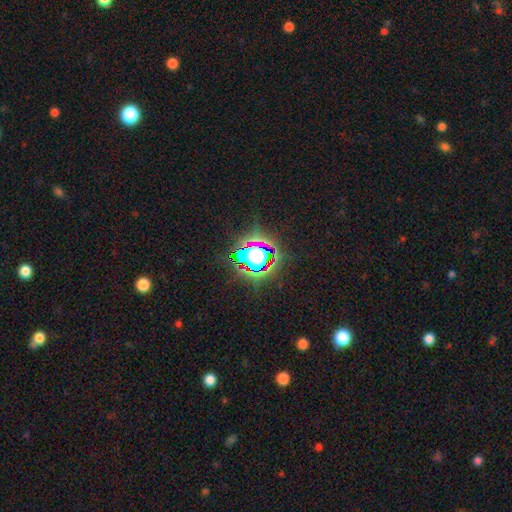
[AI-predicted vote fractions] Smooth or featured: star or artifact — 63% (smooth — 23%)